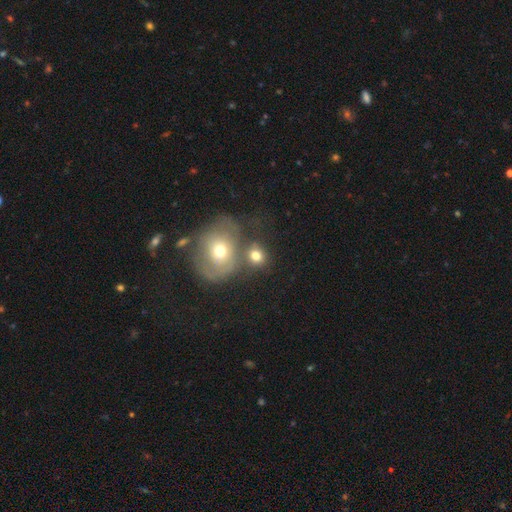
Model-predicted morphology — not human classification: A smooth galaxy with no disk features (72%) that is round (72%). Merging: none (43%).